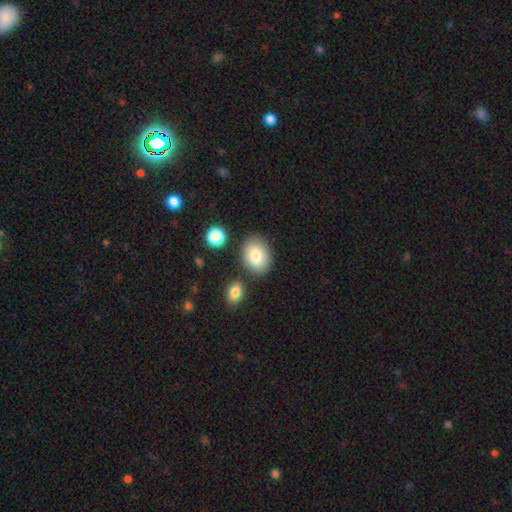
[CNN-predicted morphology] Smooth or featured? Predicted: smooth (p=0.82). How rounded? Predicted: in between (p=0.73). Merging? Predicted: none (p=0.77).